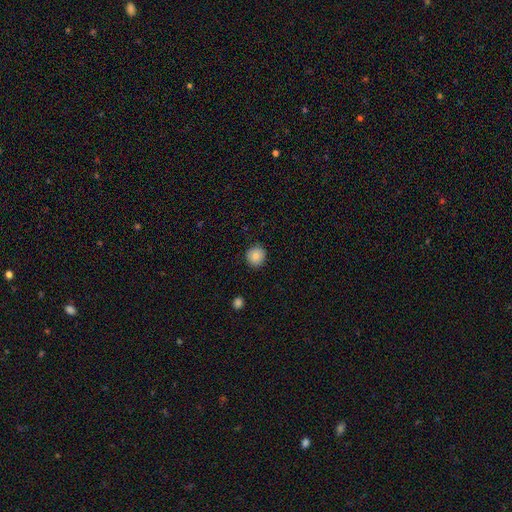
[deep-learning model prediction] Morphology: type=smooth (86%); roundness=round (92%); merging=none (90%).